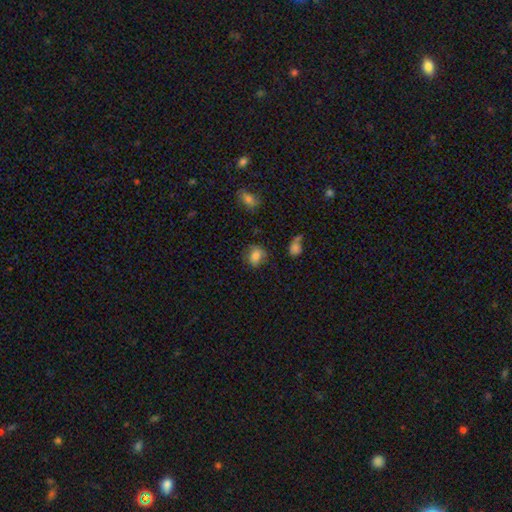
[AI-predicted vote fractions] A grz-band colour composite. It shows a smooth galaxy with no disk features (80%) that is in between round and cigar-shaped (51%). Merging: none (69%).